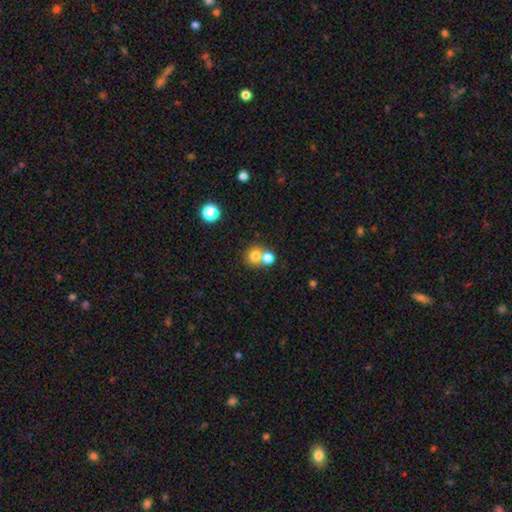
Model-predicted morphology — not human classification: type=smooth (76%); roundness=round (85%); merging=none (49%).